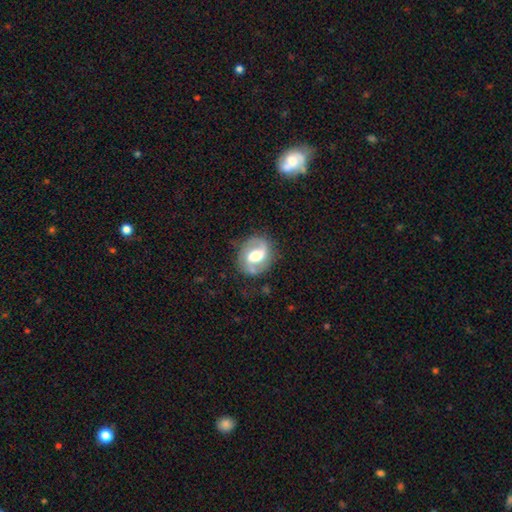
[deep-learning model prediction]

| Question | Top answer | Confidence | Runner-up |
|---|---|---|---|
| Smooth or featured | featured or disk | 75% | smooth (19%) |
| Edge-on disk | no | 97% | yes (3%) |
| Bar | weak | 45% | strong (31%) |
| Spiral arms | yes | 88% | no (12%) |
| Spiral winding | medium | 49% | loose (26%) |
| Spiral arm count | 2 | 85% | 1 (7%) |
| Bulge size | moderate | 49% | large (35%) |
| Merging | none | 75% | minor disturbance (16%) |